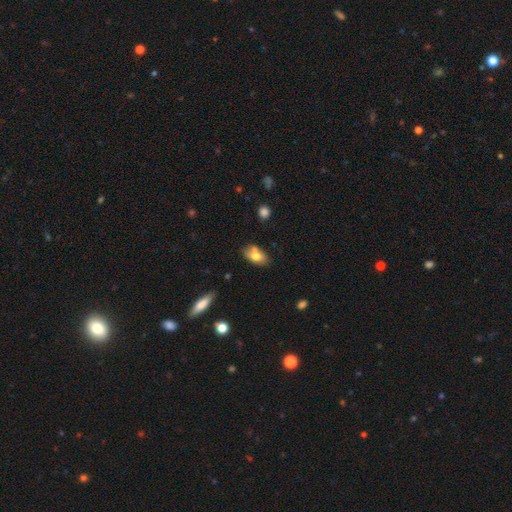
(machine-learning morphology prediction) Smooth or featured? Predicted: smooth (p=0.72). How rounded? Predicted: in between (p=0.89). Merging? Predicted: none (p=0.60).